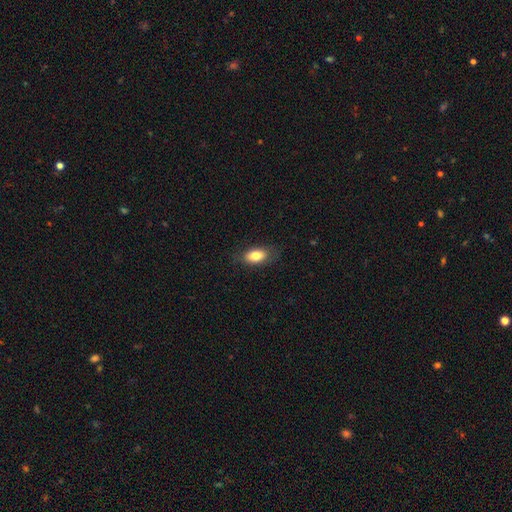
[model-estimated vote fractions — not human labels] A smooth galaxy with no disk features (80%) that is in between round and cigar-shaped (89%).

Vote fractions:
- Smooth or featured? smooth: 80% / featured or disk: 13% / star or artifact: 7%
- How rounded? in between: 89% / round: 7% / cigar-shaped: 5%
- Merging? none: 81% / minor disturbance: 14% / major disturbance: 4% / merger: 1%